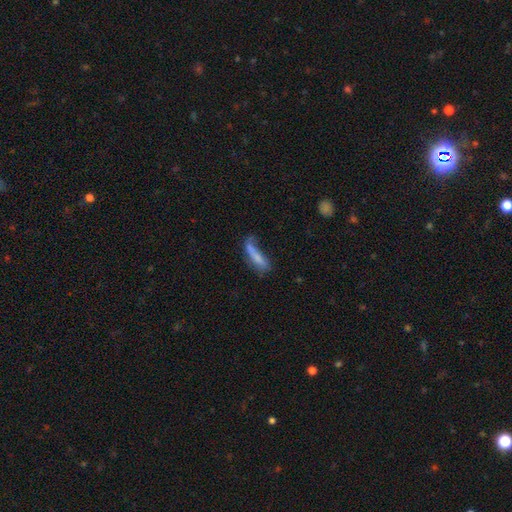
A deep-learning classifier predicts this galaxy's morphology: Smooth or featured? Predicted: smooth (p=0.66). How rounded? Predicted: cigar-shaped (p=0.74). Merging? Predicted: none (p=0.39).